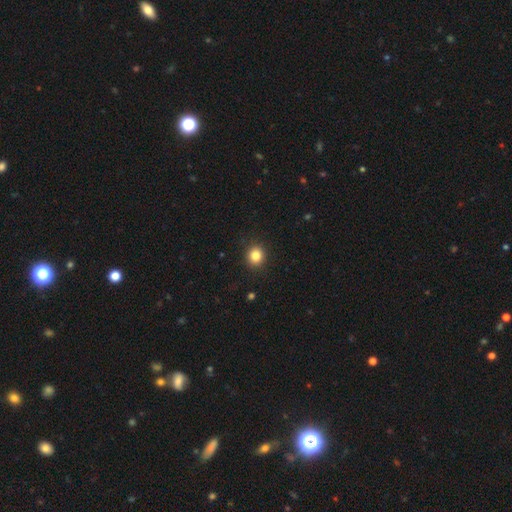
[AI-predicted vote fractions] Smooth or featured? Predicted: smooth (p=0.84). How rounded? Predicted: round (p=0.84). Merging? Predicted: none (p=0.91).